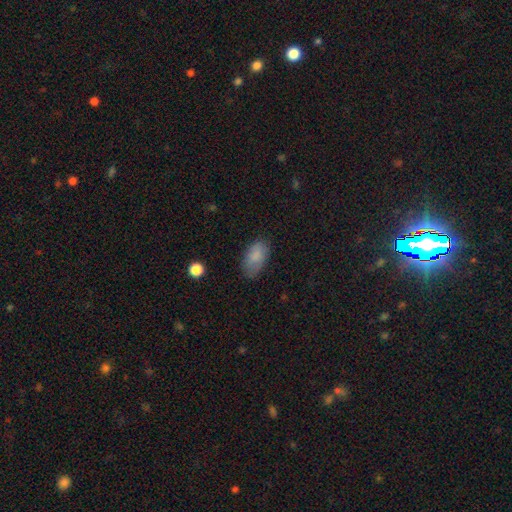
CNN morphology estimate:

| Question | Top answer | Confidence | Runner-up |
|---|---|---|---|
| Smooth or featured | smooth | 84% | featured or disk (9%) |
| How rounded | in between | 93% | round (4%) |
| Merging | none | 73% | minor disturbance (21%) |